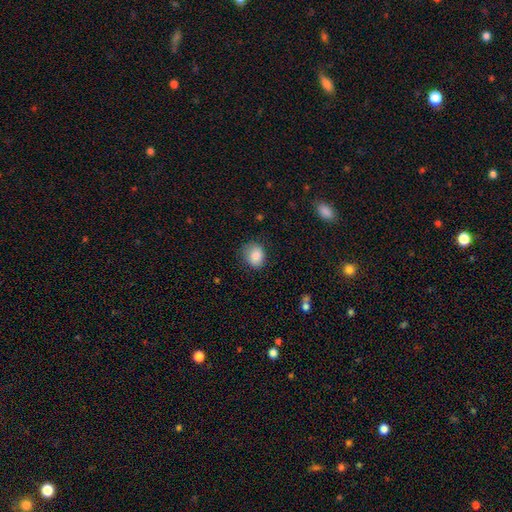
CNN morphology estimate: smooth 86%, star or artifact 8%, featured or disk 6%. Down the decision tree: how rounded — round (62%); merging — none (72%).